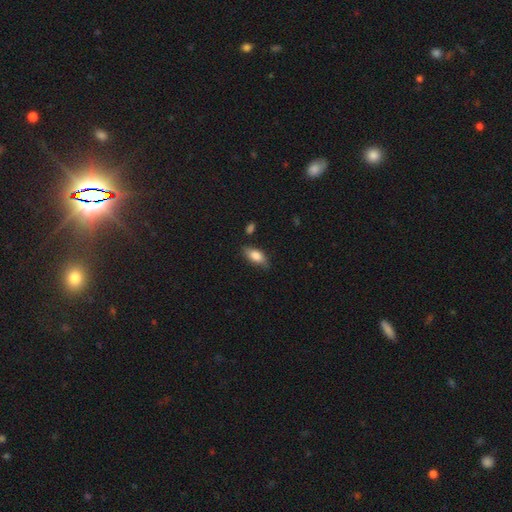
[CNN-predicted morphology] smooth_or_featured: smooth (p=0.80) [alt: featured or disk p=0.13]
how_rounded: in between (p=0.88) [alt: cigar-shaped p=0.08]
merging: none (p=0.74) [alt: minor disturbance p=0.19]